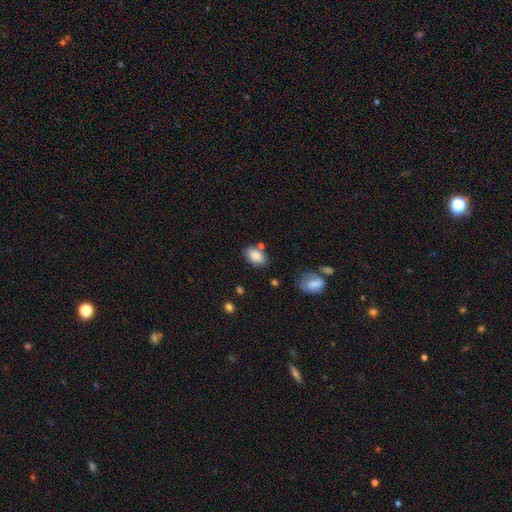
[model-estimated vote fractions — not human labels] Smooth or featured?
  - smooth: 86% *
  - star or artifact: 8%
  - featured or disk: 5%
How rounded?
  - in between: 87% *
  - round: 12%
  - cigar-shaped: 1%
Merging?
  - none: 73% *
  - minor disturbance: 14%
  - merger: 9%
  - major disturbance: 4%